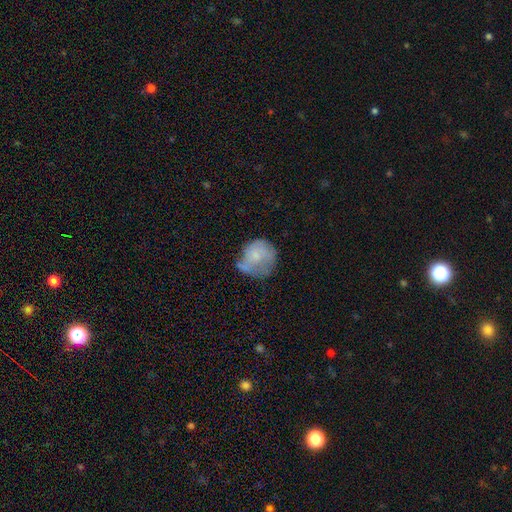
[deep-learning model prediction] smooth 61%, featured or disk 30%, star or artifact 9%. Down the decision tree: how rounded — round (76%); merging — none (38%).